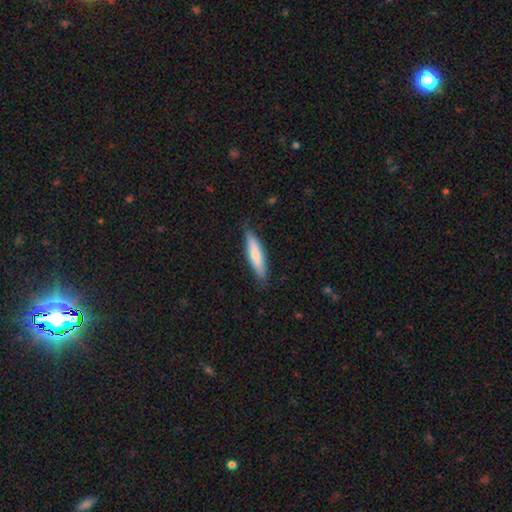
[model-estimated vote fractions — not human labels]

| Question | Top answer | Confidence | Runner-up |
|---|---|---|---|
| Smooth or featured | smooth | 73% | featured or disk (22%) |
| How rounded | cigar-shaped | 79% | in between (20%) |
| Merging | none | 83% | minor disturbance (14%) |